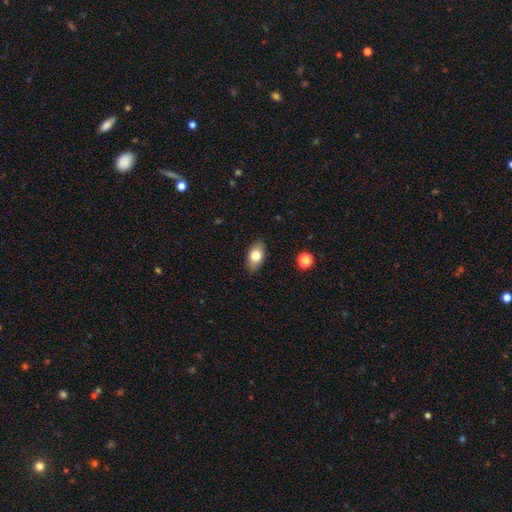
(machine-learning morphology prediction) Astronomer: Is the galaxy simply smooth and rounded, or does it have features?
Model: smooth — 78%.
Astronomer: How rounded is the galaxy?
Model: in between — 90%.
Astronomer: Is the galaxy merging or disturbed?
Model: none — 87%.